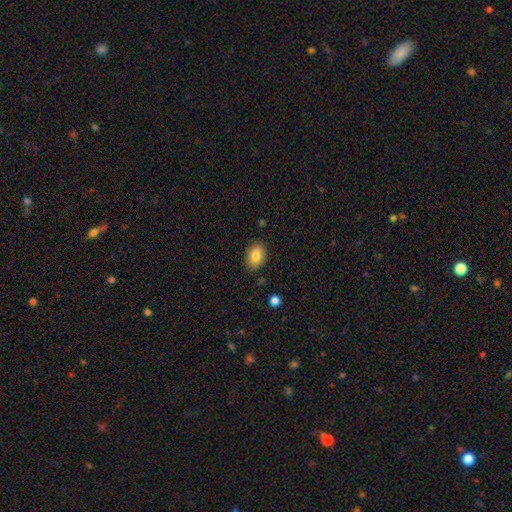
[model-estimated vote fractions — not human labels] Overall: smooth (84%). How rounded: in between (80%). Merging: none (84%).